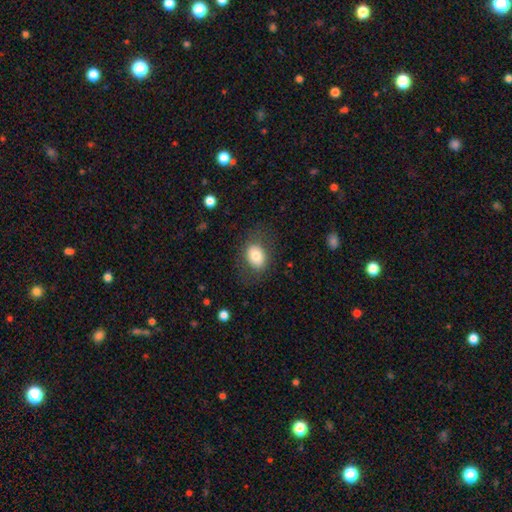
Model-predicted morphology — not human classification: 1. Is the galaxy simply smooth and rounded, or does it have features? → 77% smooth, 14% featured or disk, 8% star or artifact.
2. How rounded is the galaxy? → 69% in between, 30% round, 1% cigar-shaped.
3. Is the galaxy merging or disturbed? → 76% none, 15% minor disturbance, 8% major disturbance, 1% merger.